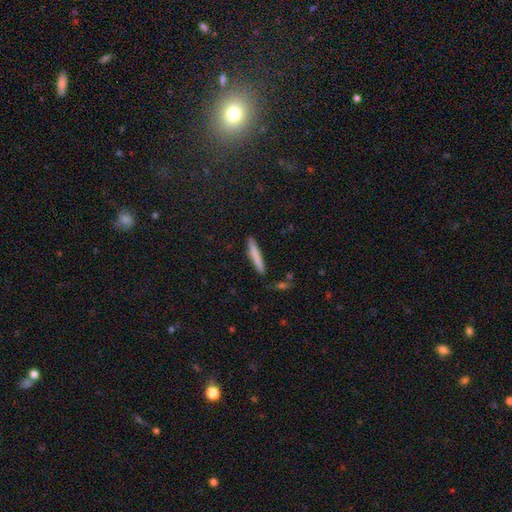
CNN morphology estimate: This is likely a smooth galaxy (77%). How rounded: clearly cigar-shaped (95%). Merging: clearly none (88%).